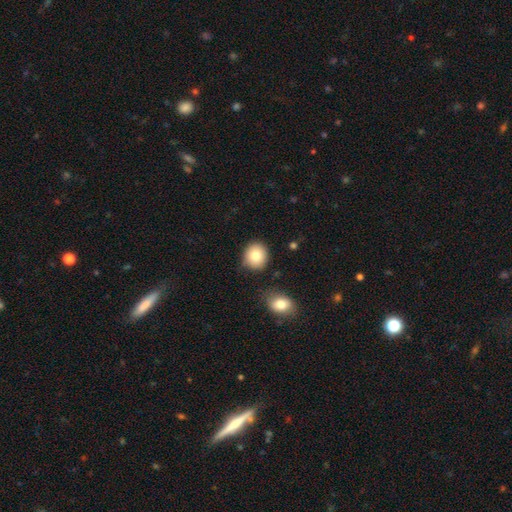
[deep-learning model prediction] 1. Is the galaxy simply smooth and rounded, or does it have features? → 82% smooth, 10% featured or disk, 9% star or artifact.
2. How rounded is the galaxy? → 83% round, 16% in between, 1% cigar-shaped.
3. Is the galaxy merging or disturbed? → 83% none, 10% minor disturbance, 4% merger, 3% major disturbance.